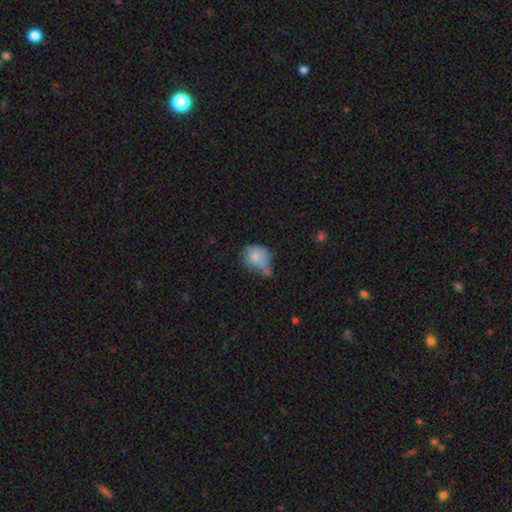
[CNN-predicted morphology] Smooth or featured? Predicted: smooth (p=0.73). How rounded? Predicted: round (p=0.56). Merging? Predicted: none (p=0.31, tied with minor disturbance).